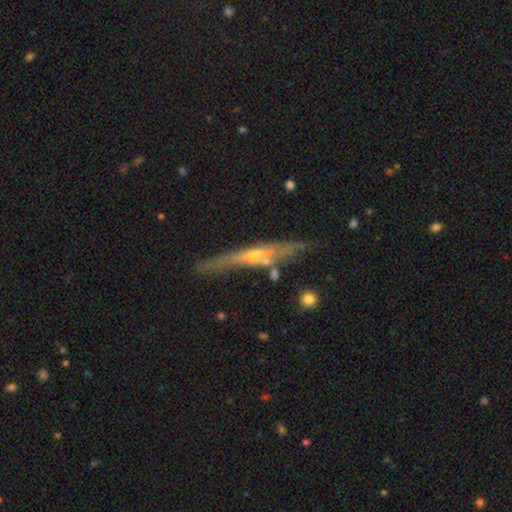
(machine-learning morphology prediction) A featured or disk galaxy (72%) viewed edge-on (88%) with a rounded central bulge (69%). Merging: none (70%).